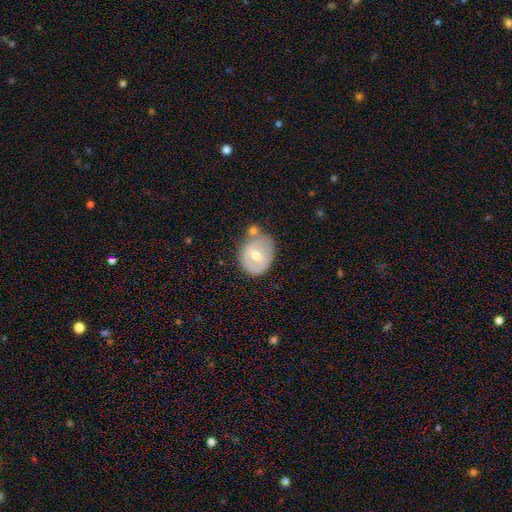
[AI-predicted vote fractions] smooth_or_featured: featured or disk (p=0.51) [alt: smooth p=0.43]
disk_edge_on: no (p=0.95) [alt: yes p=0.05]
merging: none (p=0.48) [alt: minor disturbance p=0.23]